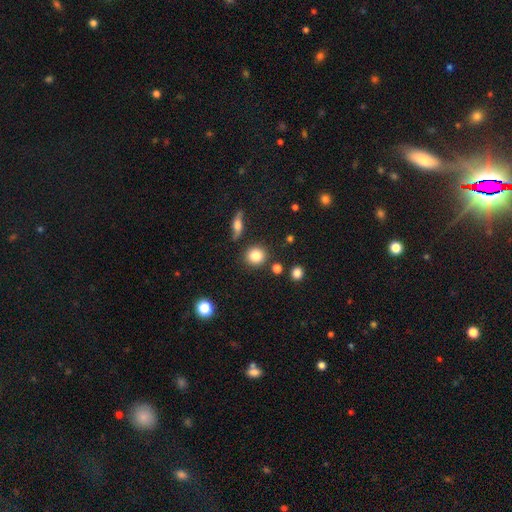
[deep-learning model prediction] A smooth galaxy with no disk features (82%) that is round (87%).

Vote fractions:
- Smooth or featured? smooth: 82% / star or artifact: 10% / featured or disk: 8%
- How rounded? round: 87% / in between: 12% / cigar-shaped: 1%
- Merging? none: 85% / minor disturbance: 8% / merger: 4% / major disturbance: 3%